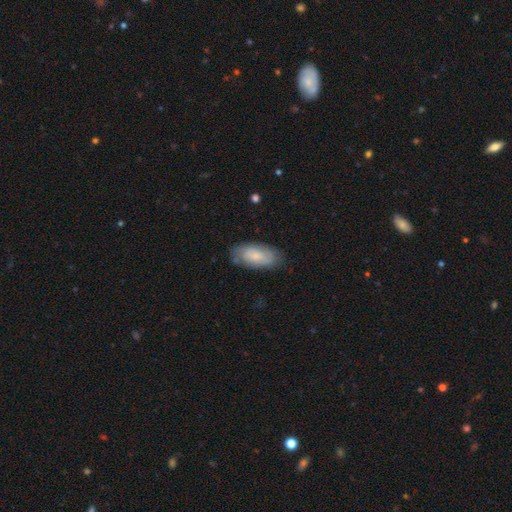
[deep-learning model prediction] This appears to be a smooth galaxy with no disk features (65%) that is in between round and cigar-shaped (92%). Merging: none (76%).